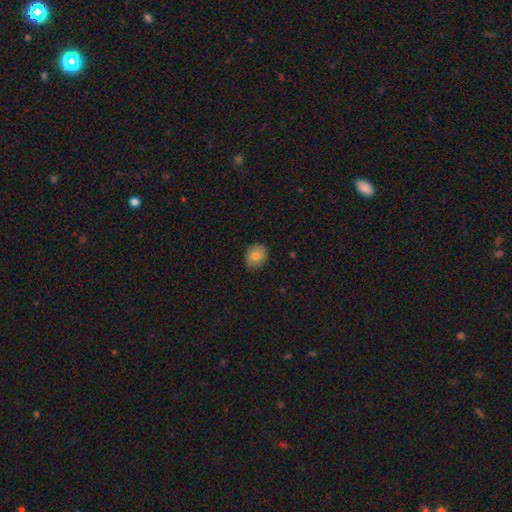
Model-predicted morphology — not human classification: Smooth or featured?
  - smooth: 81% *
  - featured or disk: 11%
  - star or artifact: 9%
How rounded?
  - round: 54% *
  - in between: 45%
  - cigar-shaped: 1%
Merging?
  - none: 86% *
  - minor disturbance: 11%
  - major disturbance: 2%
  - merger: 1%